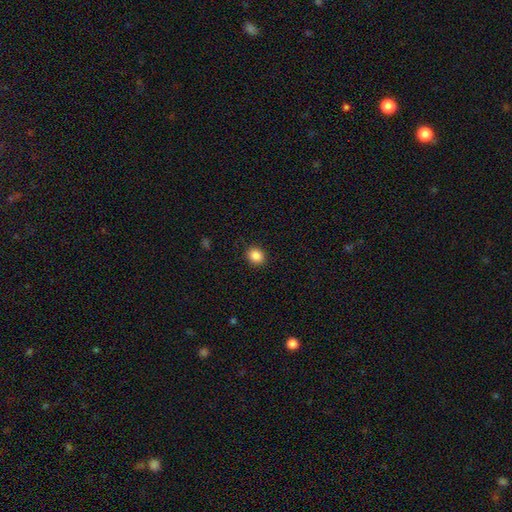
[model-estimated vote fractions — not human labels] Smooth or featured? smooth (87%)
How rounded? round (68%)
Merging? none (90%)